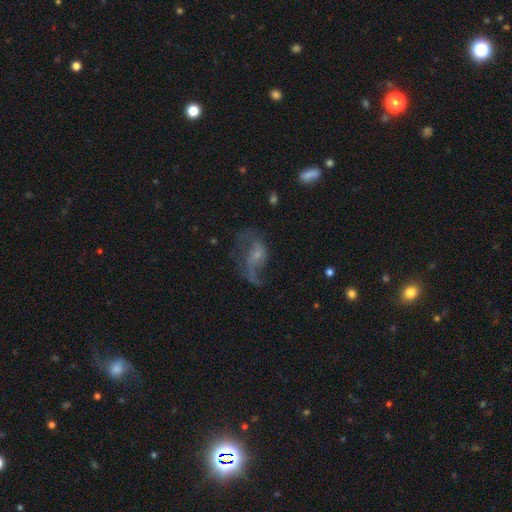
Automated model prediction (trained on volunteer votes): featured or disk 76%, smooth 14%, star or artifact 9%. Down the decision tree: edge-on disk — no (97%); bar — no (55%); spiral arms — yes (88%); spiral arm count — 2 (71%); spiral winding — loose (67%); bulge size — small (65%); merging — none (48%).